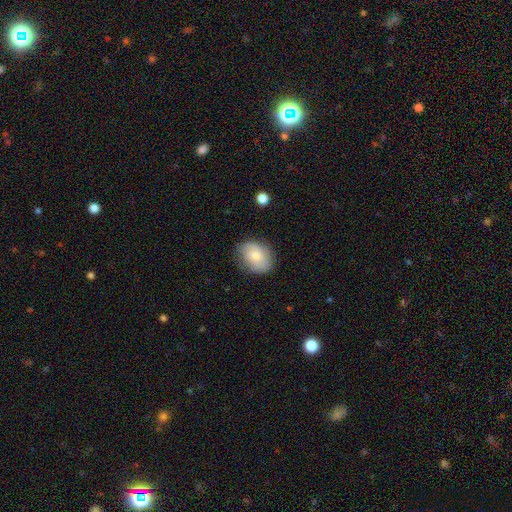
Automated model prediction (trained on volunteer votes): Smooth or featured? Predicted: smooth (p=0.69). How rounded? Predicted: in between (p=0.63). Merging? Predicted: none (p=0.76).